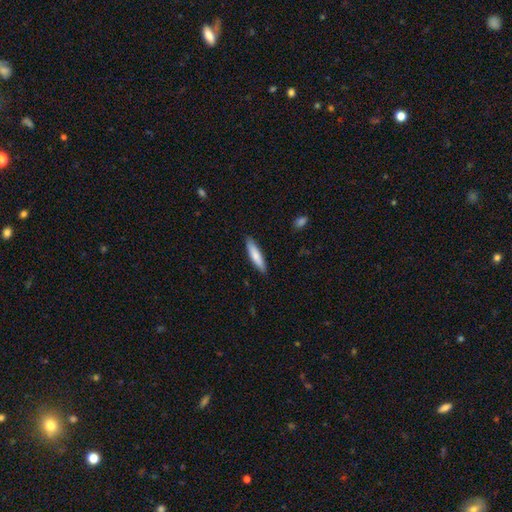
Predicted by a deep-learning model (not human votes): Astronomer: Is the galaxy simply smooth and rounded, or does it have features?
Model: smooth — 77%.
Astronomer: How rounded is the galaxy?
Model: cigar-shaped — 79%.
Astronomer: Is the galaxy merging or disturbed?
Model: none — 88%.